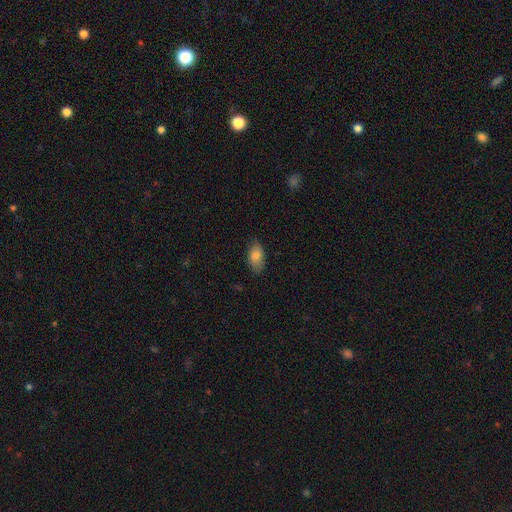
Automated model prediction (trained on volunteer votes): smooth-or-featured: smooth: 81% | featured or disk: 11% | star or artifact: 7%
  how-rounded: in between: 92% | round: 5% | cigar-shaped: 3%
  merging: none: 78% | minor disturbance: 18% | major disturbance: 3% | merger: 1%